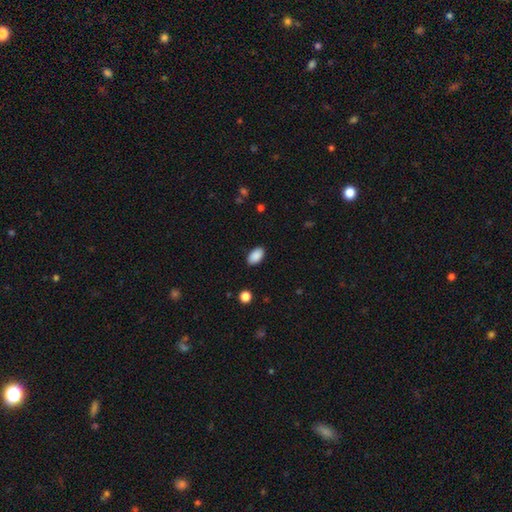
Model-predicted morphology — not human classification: Smooth or featured? Predicted: smooth (p=0.90). How rounded? Predicted: in between (p=0.94). Merging? Predicted: none (p=0.88).